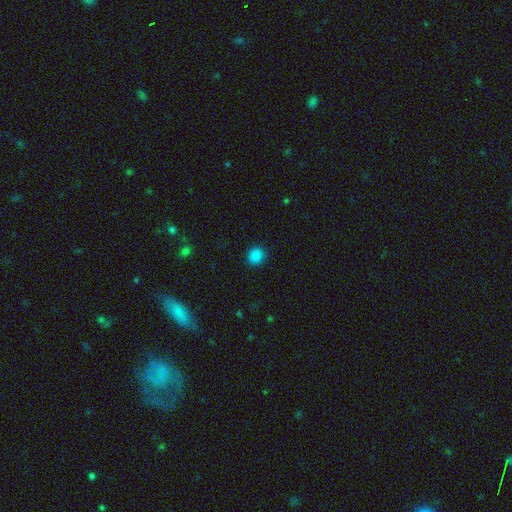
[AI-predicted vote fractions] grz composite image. It shows a smooth galaxy with no disk features (85%) that is round (78%). Merging: none (90%).